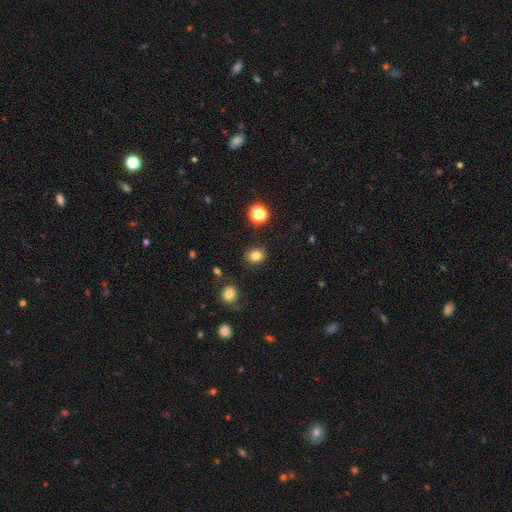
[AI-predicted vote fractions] This is clearly a smooth galaxy (81%). How rounded: likely round (65%). Merging: clearly none (86%).